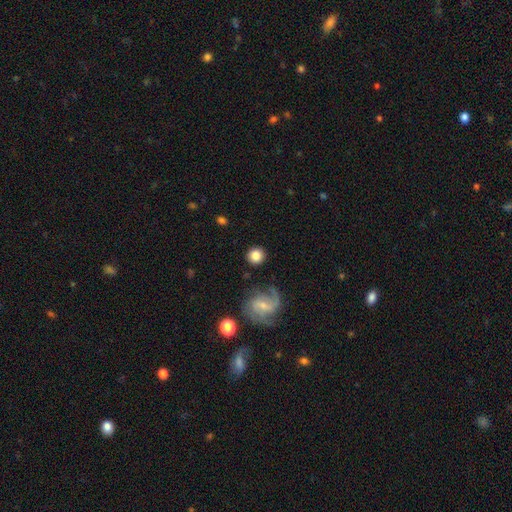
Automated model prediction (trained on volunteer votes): This appears to be a smooth galaxy with no disk features (78%) that is round (91%). Merging: none (85%).